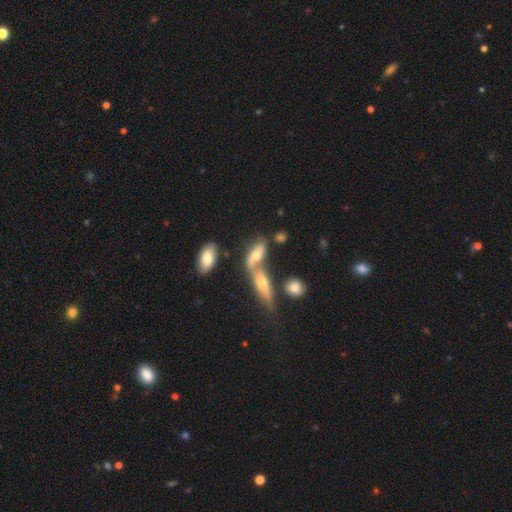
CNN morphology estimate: Smooth or featured?
  - smooth: 52% *
  - featured or disk: 37%
  - star or artifact: 11%
How rounded?
  - in between: 73% *
  - cigar-shaped: 23%
  - round: 5%
Merging?
  - merger: 52% *
  - none: 30%
  - minor disturbance: 11%
  - major disturbance: 6%